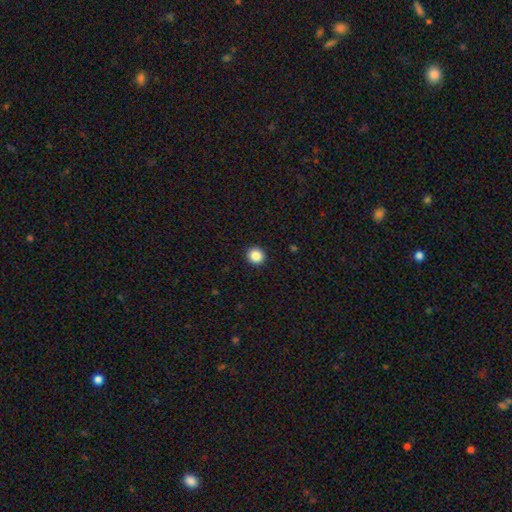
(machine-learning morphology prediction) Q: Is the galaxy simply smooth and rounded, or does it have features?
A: smooth — 86%.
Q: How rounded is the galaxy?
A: round — 93%.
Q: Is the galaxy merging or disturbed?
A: none — 93%.